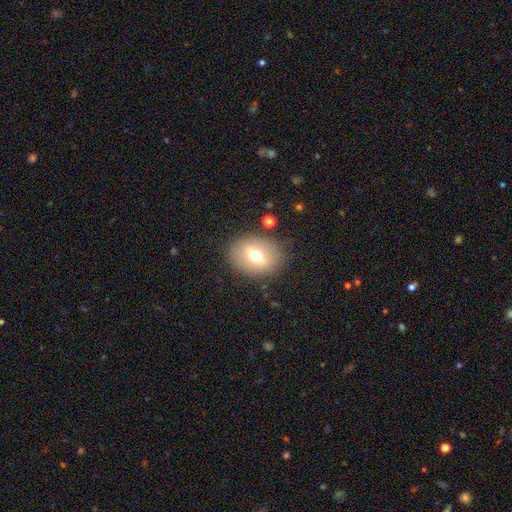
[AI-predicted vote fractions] Smooth or featured? Predicted: smooth (p=0.62). How rounded? Predicted: in between (p=0.58). Merging? Predicted: none (p=0.82).